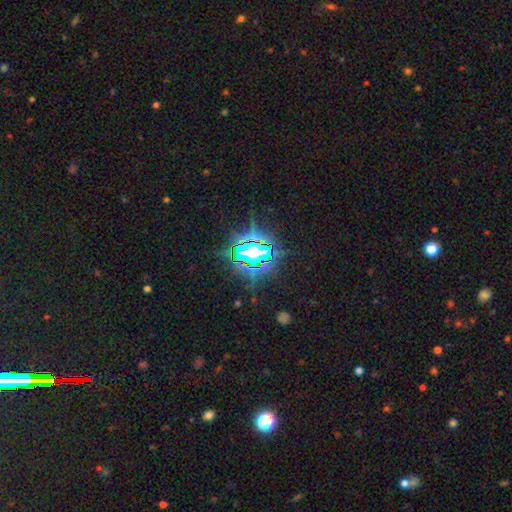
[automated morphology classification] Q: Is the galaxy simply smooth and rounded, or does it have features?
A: star or artifact — 74%.